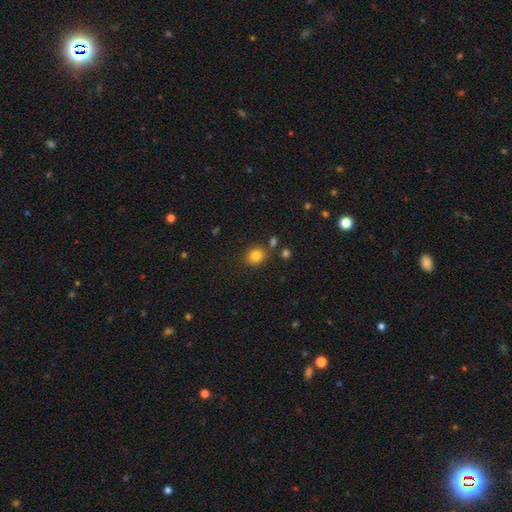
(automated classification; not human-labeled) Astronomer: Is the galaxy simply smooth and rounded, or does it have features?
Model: smooth — 82%.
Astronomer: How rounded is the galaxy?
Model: round — 79%.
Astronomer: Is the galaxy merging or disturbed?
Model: none — 80%.